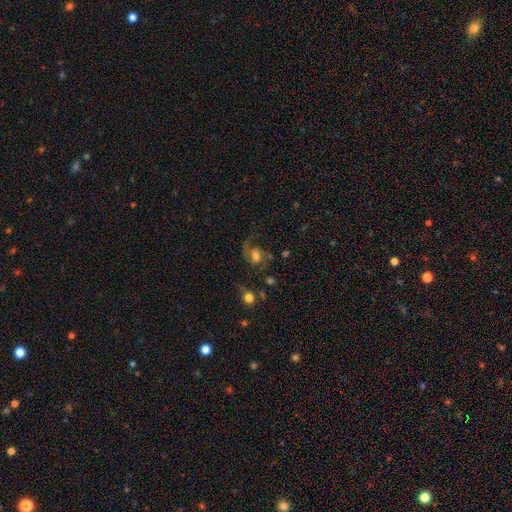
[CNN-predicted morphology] type=featured or disk (58%); edge-on=no (97%); bar=no (51%); spiral arms=yes (87%); bulge=moderate (51%); merging=none (49%).